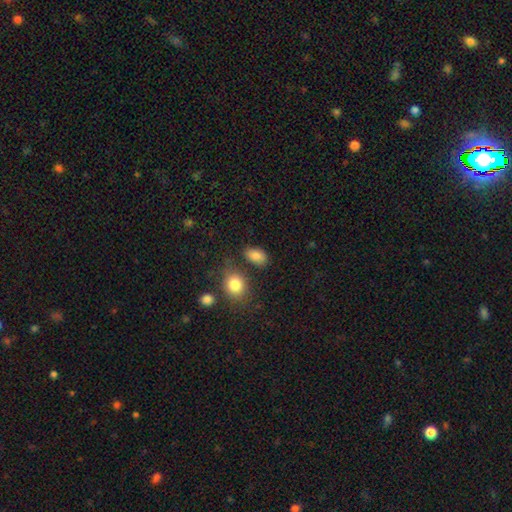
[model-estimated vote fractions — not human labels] A smooth galaxy with no disk features (84%) that is in between round and cigar-shaped (86%).

Vote fractions:
- Smooth or featured? smooth: 84% / star or artifact: 10% / featured or disk: 6%
- How rounded? in between: 86% / round: 13% / cigar-shaped: 2%
- Merging? none: 75% / minor disturbance: 14% / merger: 7% / major disturbance: 4%